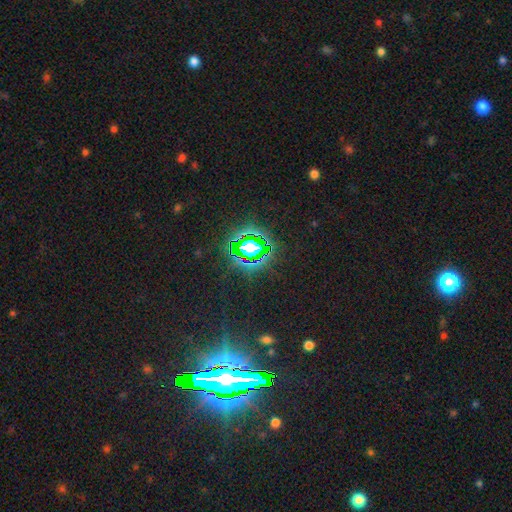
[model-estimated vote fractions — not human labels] Smooth or featured? Predicted: star or artifact (p=0.84).